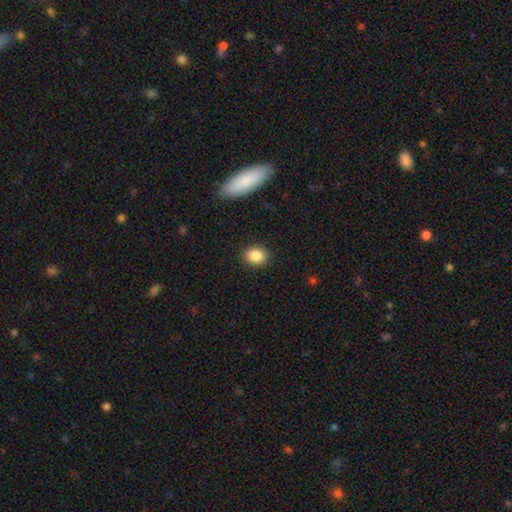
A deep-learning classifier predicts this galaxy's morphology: Q: Smooth or featured?
A: smooth (86%); runner-up: star or artifact (9%)
Q: How rounded?
A: round (56%); runner-up: in between (43%)
Q: Merging?
A: none (89%); runner-up: minor disturbance (8%)